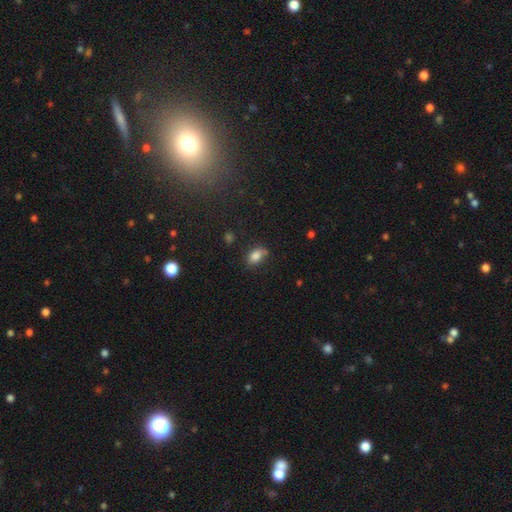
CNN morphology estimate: This is clearly a smooth galaxy (84%). How rounded: clearly in between (87%). Merging: likely none (65%).